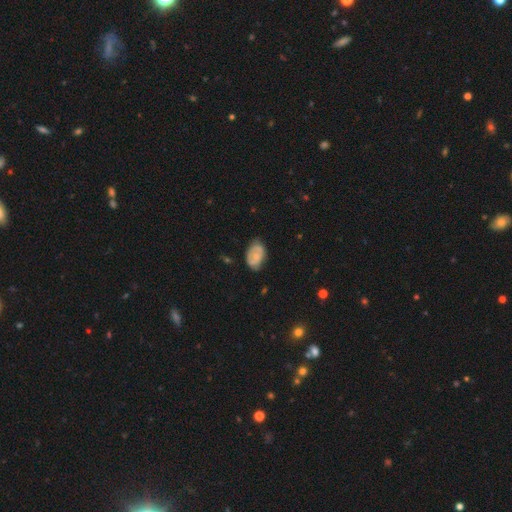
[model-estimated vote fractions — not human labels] Q: Smooth or featured?
A: smooth (53%); runner-up: featured or disk (39%)
Q: How rounded?
A: in between (88%); runner-up: round (10%)
Q: Merging?
A: none (55%); runner-up: minor disturbance (34%)